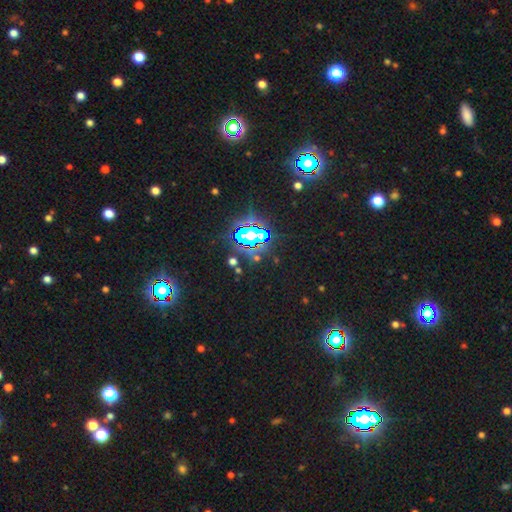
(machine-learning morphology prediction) smooth_or_featured: star or artifact (p=0.76) [alt: smooth p=0.15]